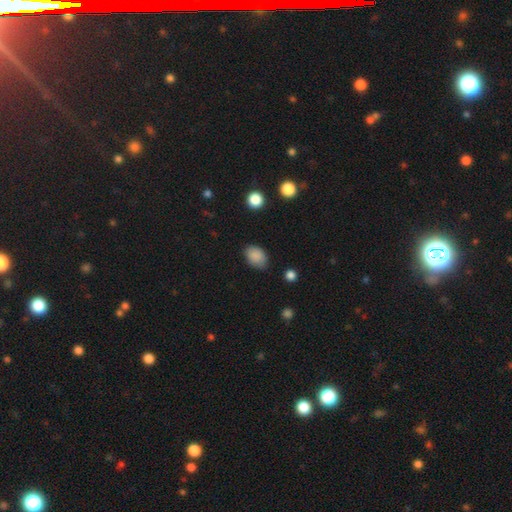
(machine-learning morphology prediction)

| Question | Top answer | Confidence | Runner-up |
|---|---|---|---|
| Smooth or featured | smooth | 87% | star or artifact (8%) |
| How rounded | in between | 82% | round (17%) |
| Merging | none | 75% | minor disturbance (19%) |